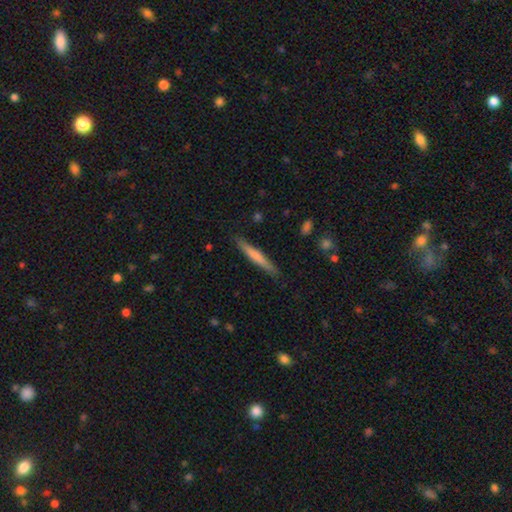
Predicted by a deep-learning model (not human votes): Smooth or featured: smooth — 63% (featured or disk — 31%)
How rounded: cigar-shaped — 95% (in between — 4%)
Merging: none — 87% (minor disturbance — 10%)